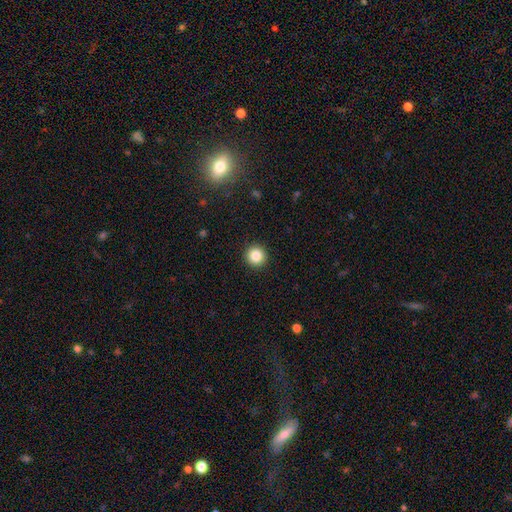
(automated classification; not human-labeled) Overall: smooth (85%). How rounded: round (95%). Merging: none (93%).